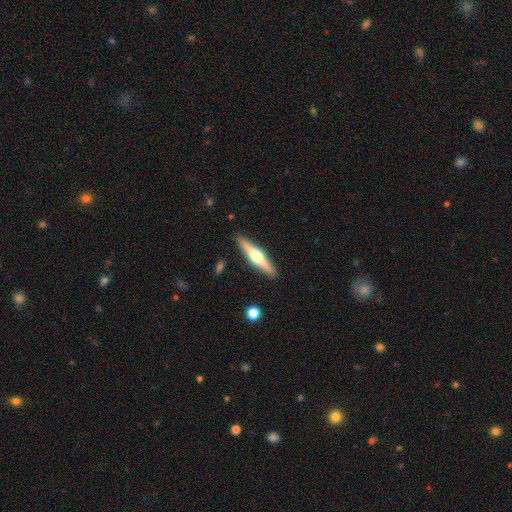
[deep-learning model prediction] Smooth or featured?
  - featured or disk: 65% *
  - smooth: 30%
  - star or artifact: 5%
Edge-on disk?
  - yes: 97% *
  - no: 3%
Edge-on bulge?
  - rounded: 94% *
  - boxy: 3%
  - none: 3%
Merging?
  - none: 91% *
  - minor disturbance: 6%
  - major disturbance: 1%
  - merger: 1%